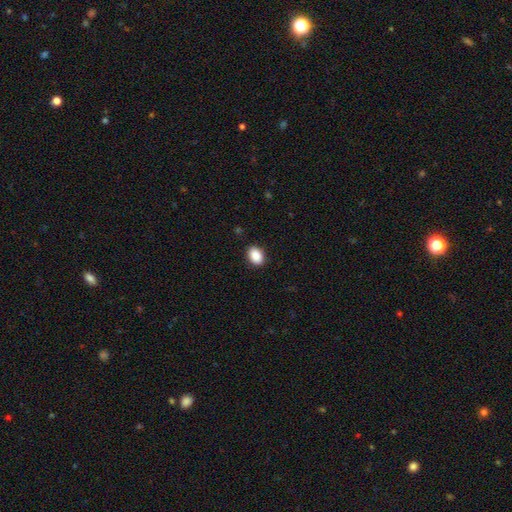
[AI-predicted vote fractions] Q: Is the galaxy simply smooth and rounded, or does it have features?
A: smooth — 90%.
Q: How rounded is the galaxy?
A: in between — 78%.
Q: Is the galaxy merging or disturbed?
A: none — 89%.